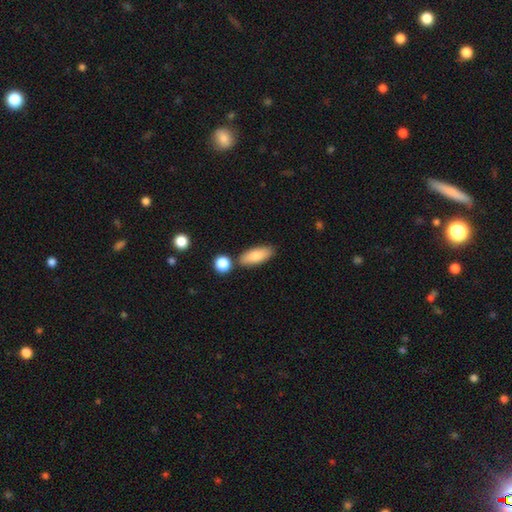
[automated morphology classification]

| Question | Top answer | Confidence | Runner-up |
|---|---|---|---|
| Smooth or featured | smooth | 80% | featured or disk (13%) |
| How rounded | in between | 80% | cigar-shaped (17%) |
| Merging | none | 78% | minor disturbance (11%) |